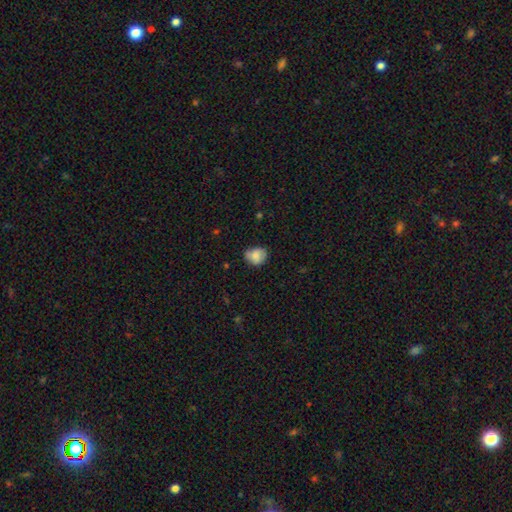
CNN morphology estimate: This is likely a smooth galaxy (73%). How rounded: possibly round (59%). Merging: likely none (66%).